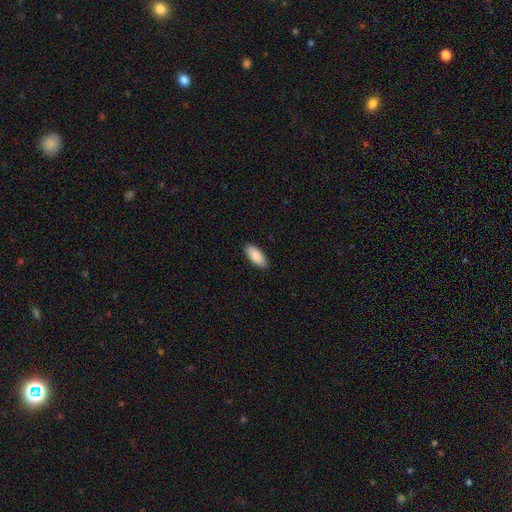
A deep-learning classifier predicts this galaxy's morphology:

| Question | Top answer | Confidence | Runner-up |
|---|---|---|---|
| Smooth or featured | smooth | 87% | featured or disk (7%) |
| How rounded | in between | 86% | cigar-shaped (12%) |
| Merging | none | 90% | minor disturbance (7%) |